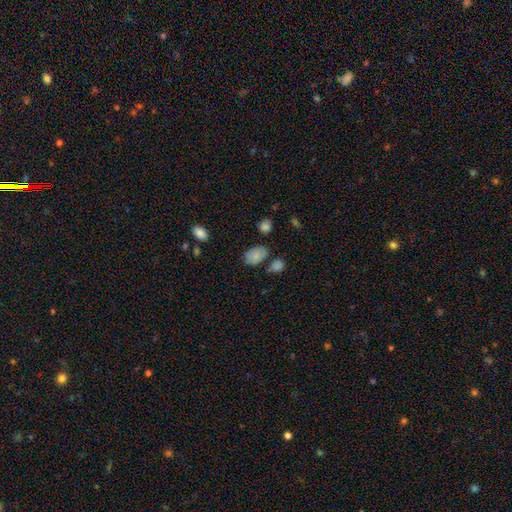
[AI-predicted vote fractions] Smooth or featured? smooth (80%)
How rounded? in between (86%)
Merging? none (60%)